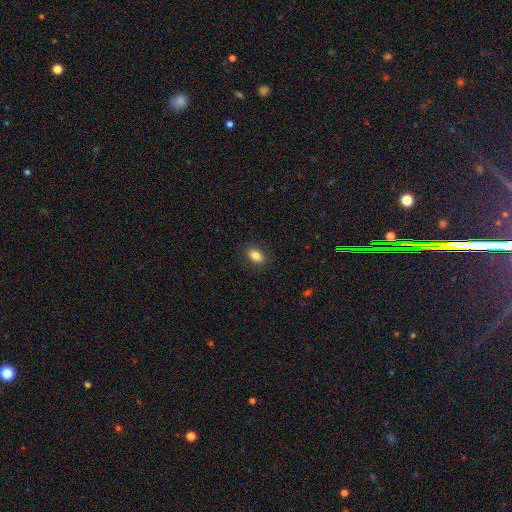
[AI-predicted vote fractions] A smooth galaxy with no disk features (84%) that is in between round and cigar-shaped (87%). Merging: none (88%).